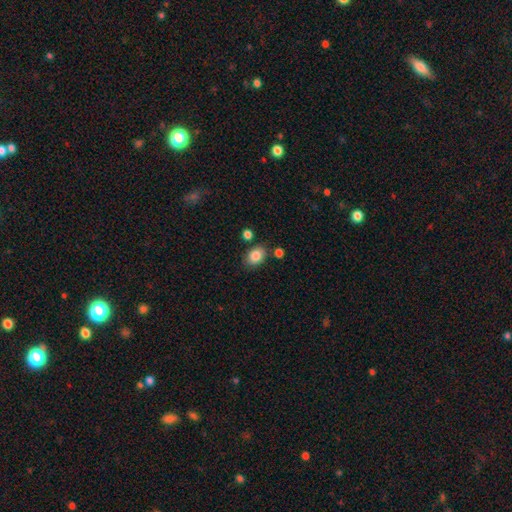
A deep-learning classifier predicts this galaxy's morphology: Smooth or featured: smooth — 85% (star or artifact — 9%)
How rounded: in between — 73% (round — 26%)
Merging: none — 78% (minor disturbance — 13%)